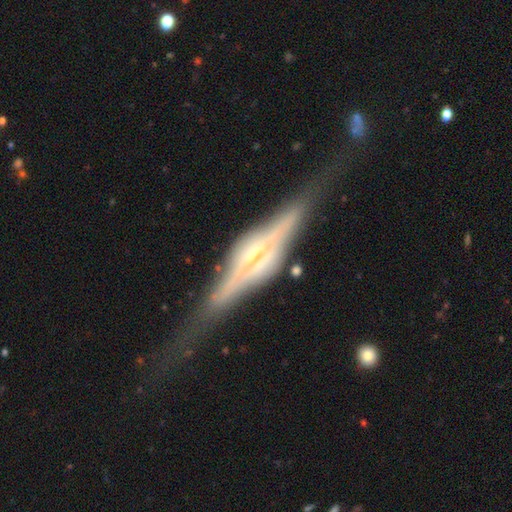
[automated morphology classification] Q: Smooth or featured?
A: featured or disk (85%); runner-up: smooth (8%)
Q: Edge-on disk?
A: yes (96%); runner-up: no (4%)
Q: Edge-on bulge?
A: rounded (62%); runner-up: boxy (33%)
Q: Merging?
A: none (76%); runner-up: minor disturbance (15%)